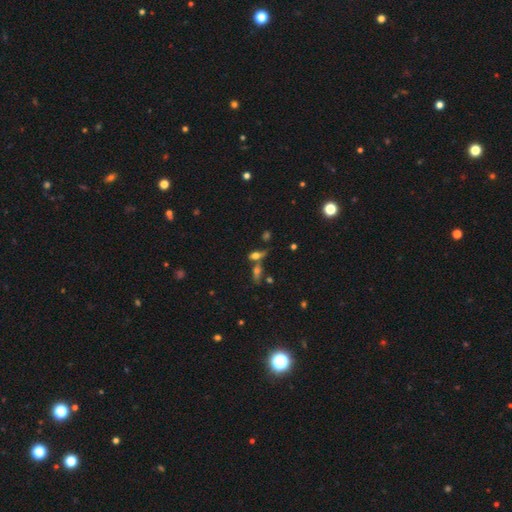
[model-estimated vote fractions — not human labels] Smooth or featured?
  - smooth: 53% *
  - featured or disk: 30%
  - star or artifact: 17%
How rounded?
  - in between: 60% *
  - cigar-shaped: 25%
  - round: 14%
Merging?
  - none: 40% *
  - merger: 39%
  - minor disturbance: 12%
  - major disturbance: 9%